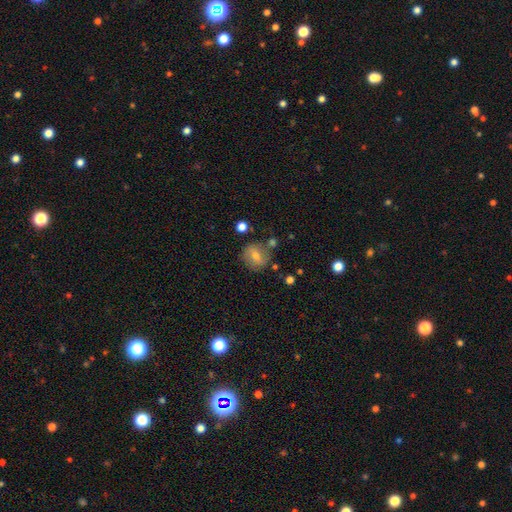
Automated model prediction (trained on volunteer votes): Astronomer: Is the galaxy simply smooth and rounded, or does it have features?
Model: smooth — 58%.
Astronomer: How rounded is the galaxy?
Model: round — 78%.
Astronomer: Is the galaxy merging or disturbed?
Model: none — 74%.